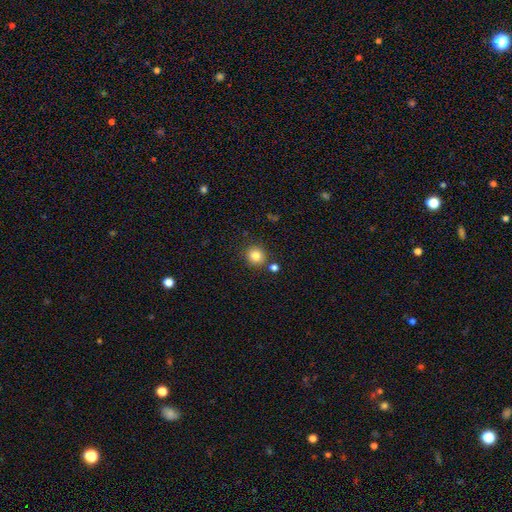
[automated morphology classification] A smooth galaxy with no disk features (83%) that is round (90%).

Vote fractions:
- Smooth or featured? smooth: 83% / star or artifact: 11% / featured or disk: 6%
- How rounded? round: 90% / in between: 9% / cigar-shaped: 1%
- Merging? none: 81% / minor disturbance: 8% / merger: 8% / major disturbance: 3%